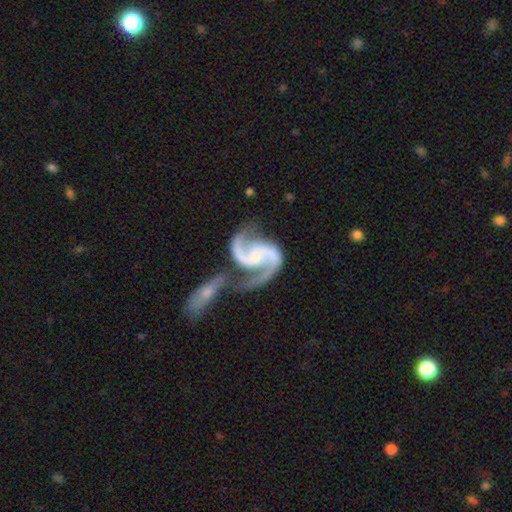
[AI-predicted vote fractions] Q: Smooth or featured?
A: featured or disk (93%); runner-up: star or artifact (4%)
Q: Edge-on disk?
A: no (98%); runner-up: yes (2%)
Q: Bar?
A: no (46%); runner-up: weak (39%)
Q: Spiral arms?
A: yes (98%); runner-up: no (2%)
Q: Spiral winding?
A: medium (56%); runner-up: loose (30%)
Q: Spiral arm count?
A: 2 (93%); runner-up: 1 (2%)
Q: Bulge size?
A: small (48%); runner-up: none (28%)
Q: Merging?
A: merger (48%); runner-up: none (30%)